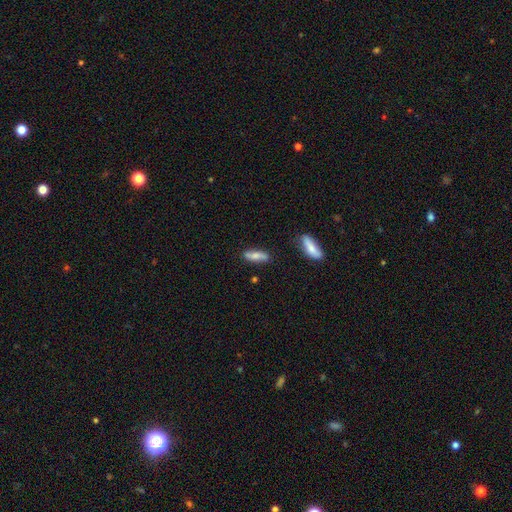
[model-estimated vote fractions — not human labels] smooth 60%, featured or disk 33%, star or artifact 7%. Down the decision tree: how rounded — in between (51%); merging — none (76%).